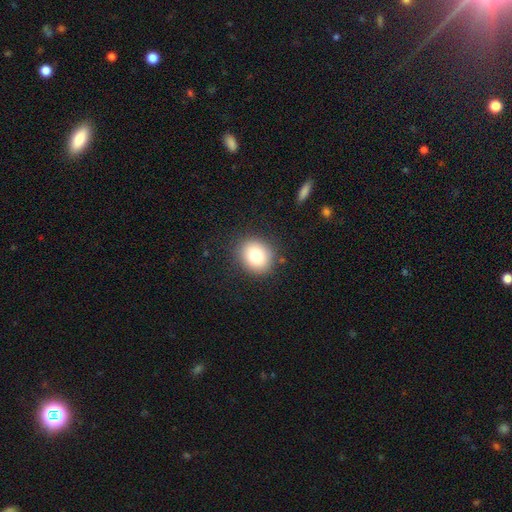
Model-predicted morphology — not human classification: A smooth galaxy with no disk features (79%) that is round (74%).

Vote fractions:
- Smooth or featured? smooth: 79% / star or artifact: 11% / featured or disk: 11%
- How rounded? round: 74% / in between: 25% / cigar-shaped: 1%
- Merging? none: 87% / minor disturbance: 8% / major disturbance: 3% / merger: 1%